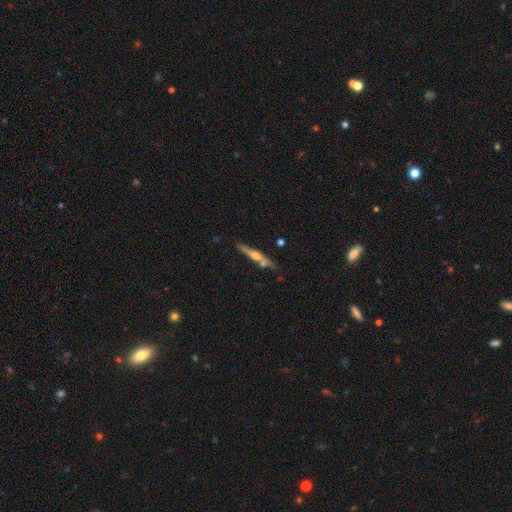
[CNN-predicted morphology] Q: Smooth or featured?
A: featured or disk (71%); runner-up: smooth (22%)
Q: Edge-on disk?
A: yes (95%); runner-up: no (5%)
Q: Edge-on bulge?
A: rounded (83%); runner-up: boxy (9%)
Q: Merging?
A: none (76%); runner-up: minor disturbance (14%)